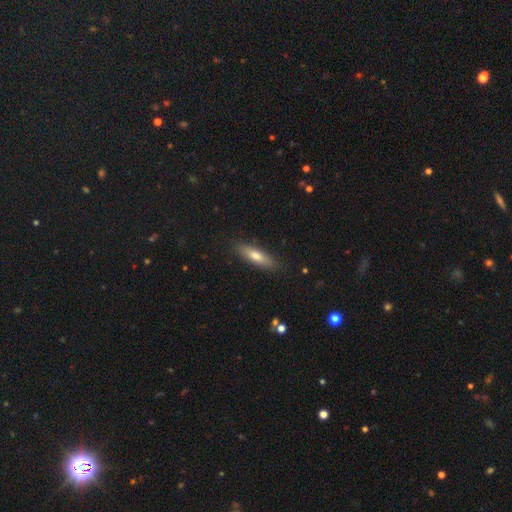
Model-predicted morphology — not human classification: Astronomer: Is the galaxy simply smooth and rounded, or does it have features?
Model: smooth — 71%.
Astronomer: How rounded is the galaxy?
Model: cigar-shaped — 58% (runner-up: in between, 40%).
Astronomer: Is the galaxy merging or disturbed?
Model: none — 86%.